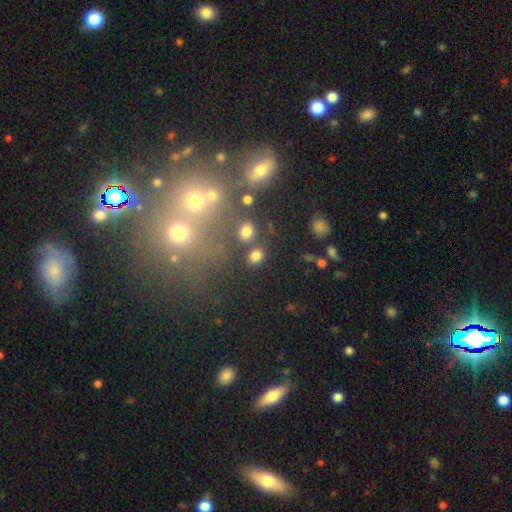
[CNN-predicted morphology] A smooth galaxy with no disk features (78%) that is round (61%).

Vote fractions:
- Smooth or featured? smooth: 78% / star or artifact: 15% / featured or disk: 7%
- How rounded? round: 61% / in between: 38% / cigar-shaped: 2%
- Merging? none: 74% / merger: 11% / minor disturbance: 10% / major disturbance: 5%